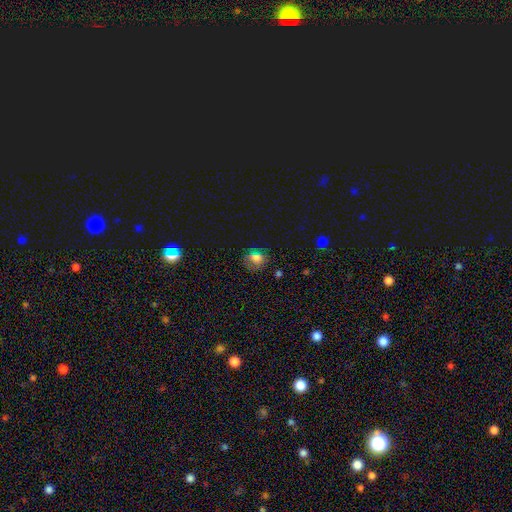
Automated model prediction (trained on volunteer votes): Smooth or featured: smooth — 66% (star or artifact — 21%)
How rounded: round — 70% (in between — 28%)
Merging: none — 76% (minor disturbance — 16%)